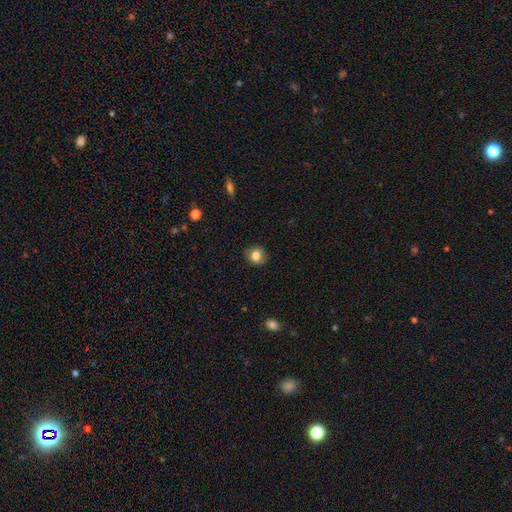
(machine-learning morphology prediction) A smooth galaxy with no disk features (77%) that is round (73%).

Vote fractions:
- Smooth or featured? smooth: 77% / featured or disk: 13% / star or artifact: 9%
- How rounded? round: 73% / in between: 26% / cigar-shaped: 1%
- Merging? none: 85% / minor disturbance: 11% / major disturbance: 3% / merger: 1%